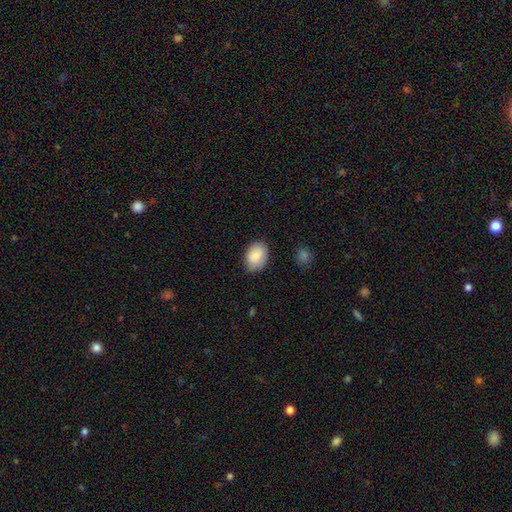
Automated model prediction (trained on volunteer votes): The model was most divided on "how rounded": in between: 80%, round: 19%, cigar-shaped: 1%. More confident: smooth or featured — smooth (88%); merging — none (79%).